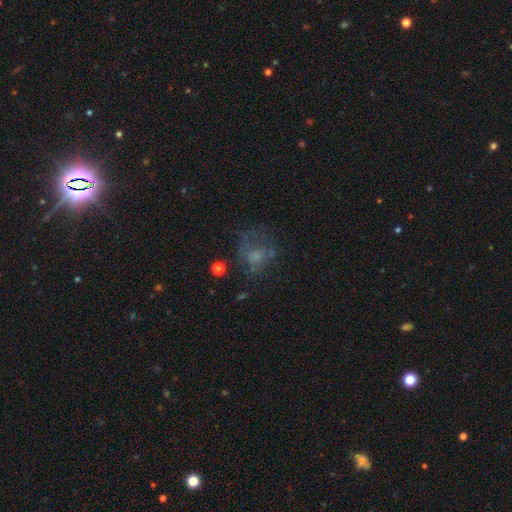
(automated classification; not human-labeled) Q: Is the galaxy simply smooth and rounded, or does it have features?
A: smooth — 48%.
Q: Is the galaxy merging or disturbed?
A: none — 41%.